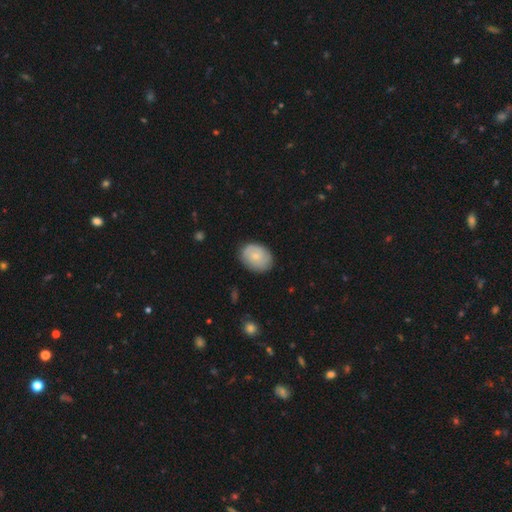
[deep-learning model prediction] Smooth or featured: smooth — 63% (featured or disk — 31%)
How rounded: in between — 61% (round — 38%)
Merging: none — 80% (minor disturbance — 16%)